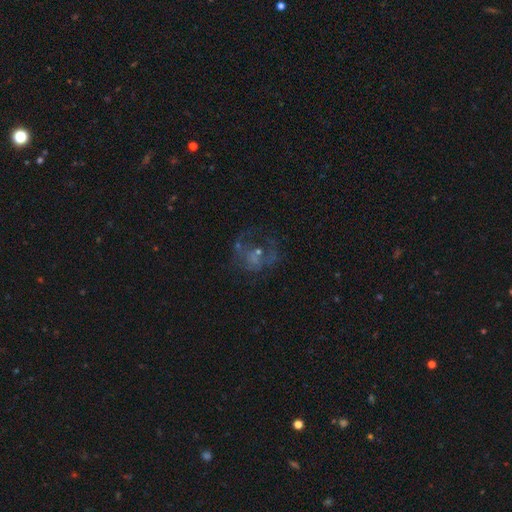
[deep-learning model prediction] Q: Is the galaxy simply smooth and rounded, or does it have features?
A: featured or disk — 54%.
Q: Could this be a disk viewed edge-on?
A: no — 98%.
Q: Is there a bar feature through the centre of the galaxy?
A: no — 84%.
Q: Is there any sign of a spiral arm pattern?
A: no — 70%.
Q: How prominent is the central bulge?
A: none — 42%.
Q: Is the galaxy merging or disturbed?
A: none — 42%.